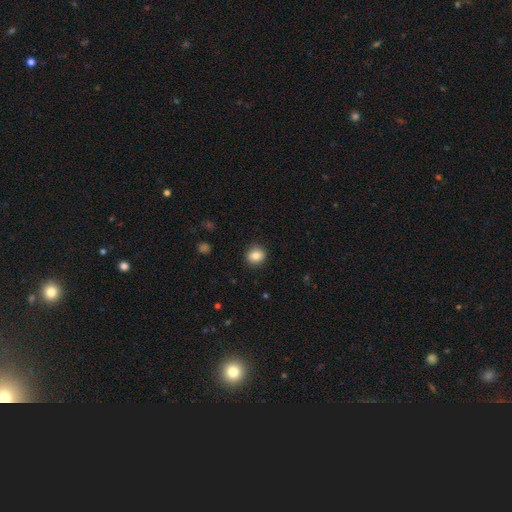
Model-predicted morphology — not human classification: This is clearly a smooth galaxy (84%). How rounded: clearly round (83%). Merging: clearly none (90%).